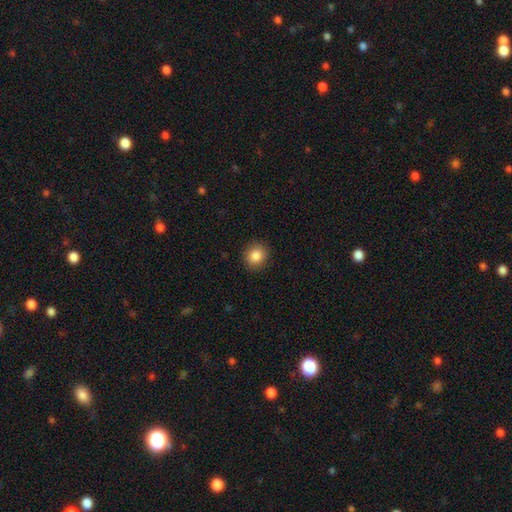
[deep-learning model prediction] Overall: smooth (86%). How rounded: round (82%). Merging: none (90%).